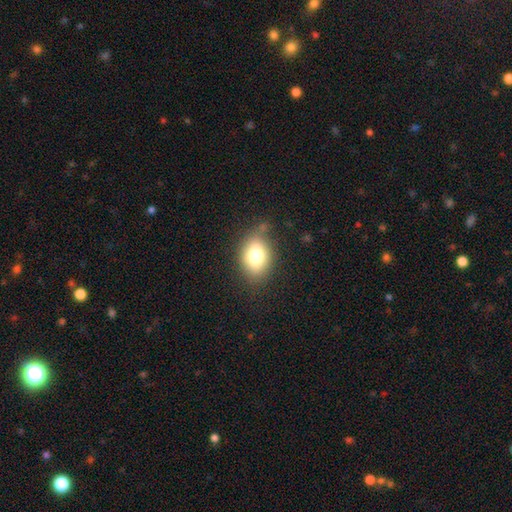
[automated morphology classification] This appears to be a smooth galaxy with no disk features (76%) that is in between round and cigar-shaped (78%). Merging: none (72%).